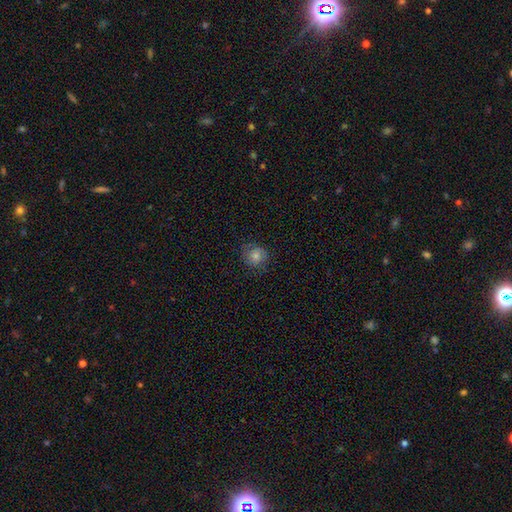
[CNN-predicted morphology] This is possibly a smooth galaxy (59%). How rounded: clearly round (86%). Merging: likely none (79%).